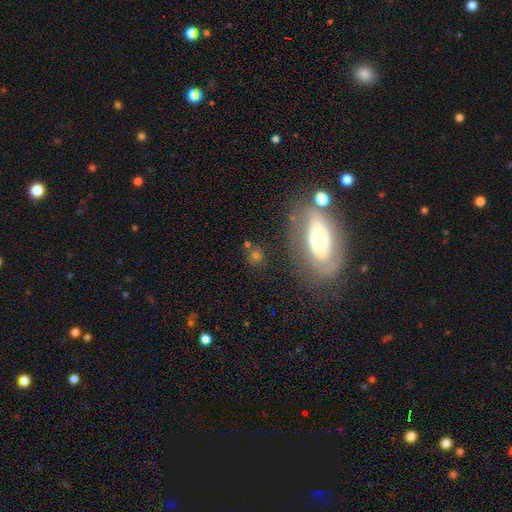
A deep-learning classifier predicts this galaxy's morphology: smooth 52%, featured or disk 30%, star or artifact 17%. Down the decision tree: how rounded — round (56%); merging — none (71%).